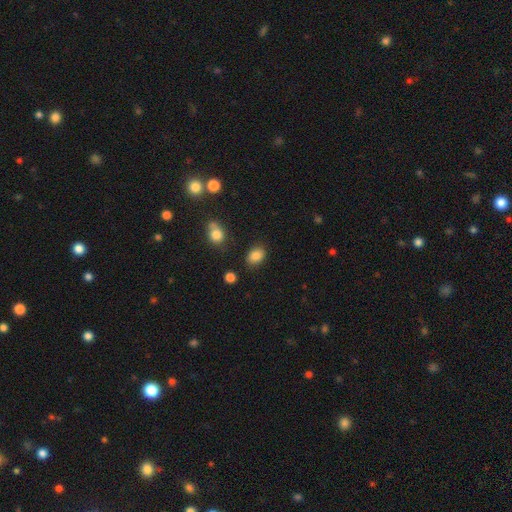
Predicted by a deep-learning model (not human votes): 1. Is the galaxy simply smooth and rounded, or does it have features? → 85% smooth, 10% star or artifact, 5% featured or disk.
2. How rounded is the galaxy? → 71% in between, 28% round, 1% cigar-shaped.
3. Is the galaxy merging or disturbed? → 81% none, 12% minor disturbance, 3% major disturbance, 3% merger.